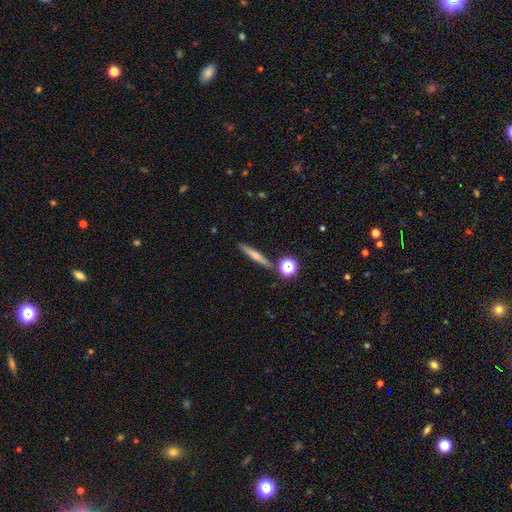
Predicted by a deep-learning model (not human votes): Smooth or featured? smooth (54%)
How rounded? cigar-shaped (86%)
Merging? none (85%)